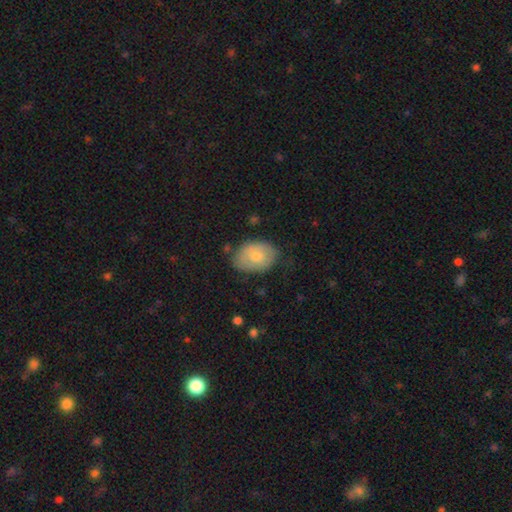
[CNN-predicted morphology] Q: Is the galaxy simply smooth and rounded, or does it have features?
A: smooth — 68%.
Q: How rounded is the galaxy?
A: in between — 75%.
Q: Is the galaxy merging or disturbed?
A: none — 67%.